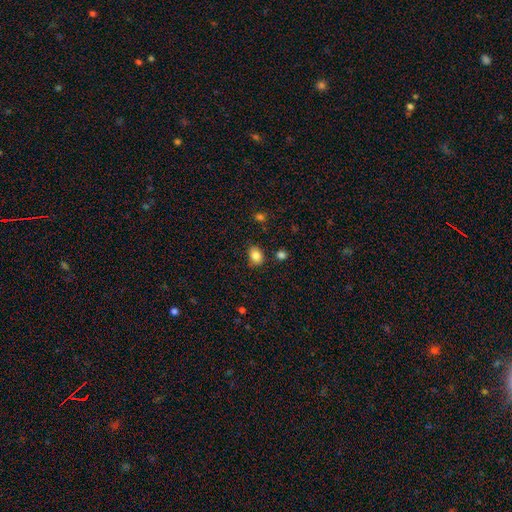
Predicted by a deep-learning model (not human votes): A smooth galaxy with no disk features (84%) that is in between round and cigar-shaped (65%).

Vote fractions:
- Smooth or featured? smooth: 84% / star or artifact: 10% / featured or disk: 6%
- How rounded? in between: 65% / round: 34% / cigar-shaped: 1%
- Merging? none: 81% / minor disturbance: 13% / merger: 3% / major disturbance: 3%